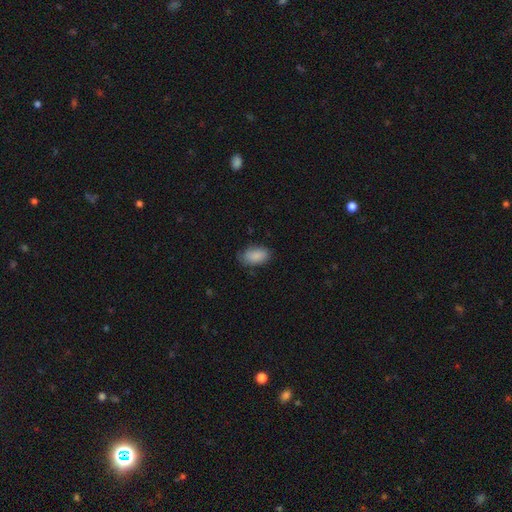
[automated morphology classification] Smooth or featured? Predicted: smooth (p=0.87). How rounded? Predicted: in between (p=0.93). Merging? Predicted: none (p=0.73).